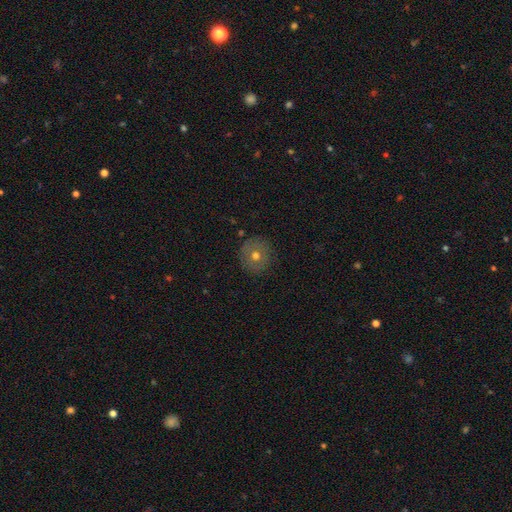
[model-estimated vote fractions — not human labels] Smooth or featured? smooth (60%)
How rounded? round (94%)
Merging? none (88%)